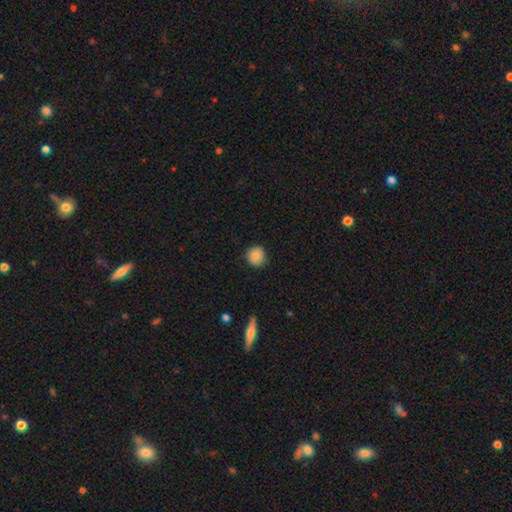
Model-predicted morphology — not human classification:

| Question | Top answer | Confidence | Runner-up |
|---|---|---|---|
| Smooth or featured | smooth | 85% | star or artifact (9%) |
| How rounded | round | 91% | in between (8%) |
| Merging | none | 84% | minor disturbance (12%) |